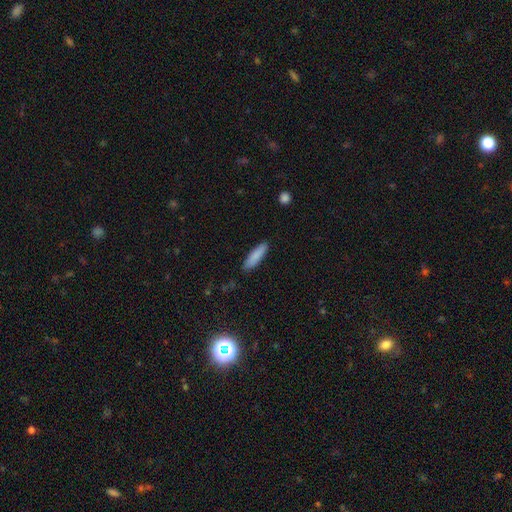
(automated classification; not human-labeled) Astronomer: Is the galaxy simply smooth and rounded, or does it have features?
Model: smooth — 86%.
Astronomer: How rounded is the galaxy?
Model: cigar-shaped — 65%.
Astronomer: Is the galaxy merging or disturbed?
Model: none — 87%.